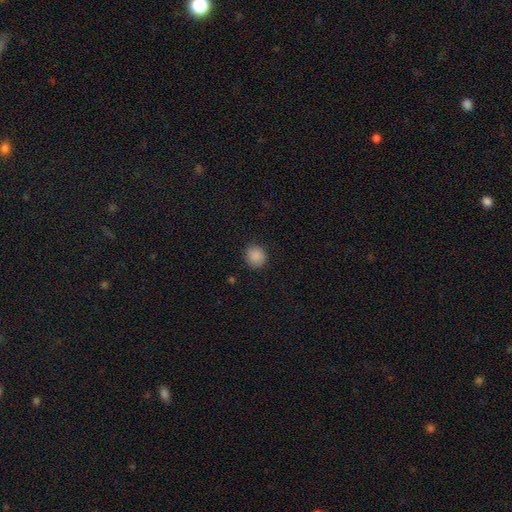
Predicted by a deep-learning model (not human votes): Overall: smooth (88%). How rounded: round (85%). Merging: none (88%).